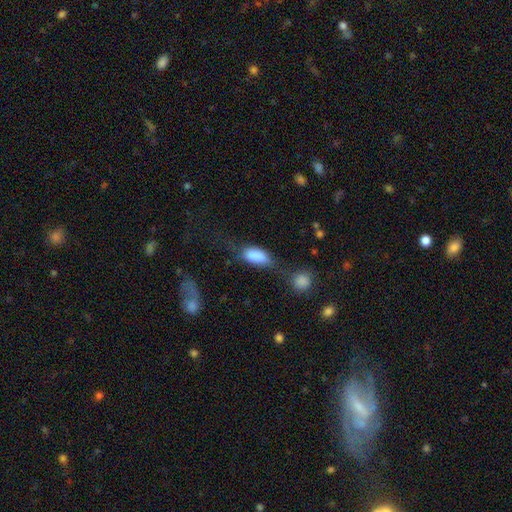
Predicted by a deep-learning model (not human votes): Morphology: type=smooth (84%); roundness=in between (88%); merging=none (35%).